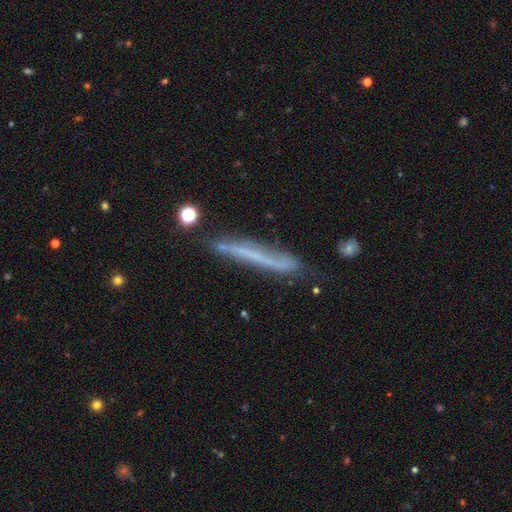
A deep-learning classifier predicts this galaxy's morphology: smooth_or_featured: featured or disk (p=0.53) [alt: smooth p=0.39]
disk_edge_on: yes (p=0.83) [alt: no p=0.17]
merging: none (p=0.68) [alt: minor disturbance p=0.21]